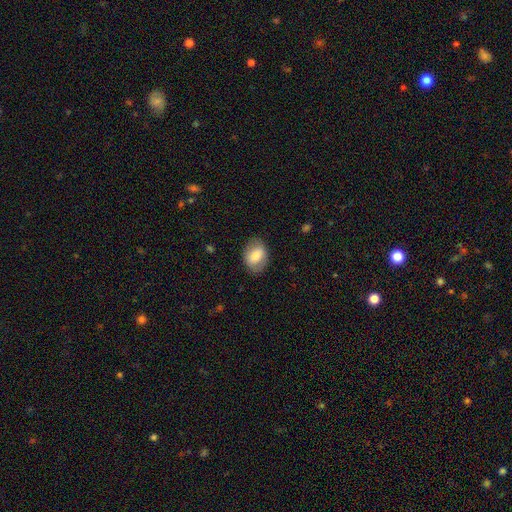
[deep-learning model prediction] The model was most divided on "smooth or featured": smooth: 71%, featured or disk: 22%, star or artifact: 7%. More confident: merging — none (81%); how rounded — in between (76%).